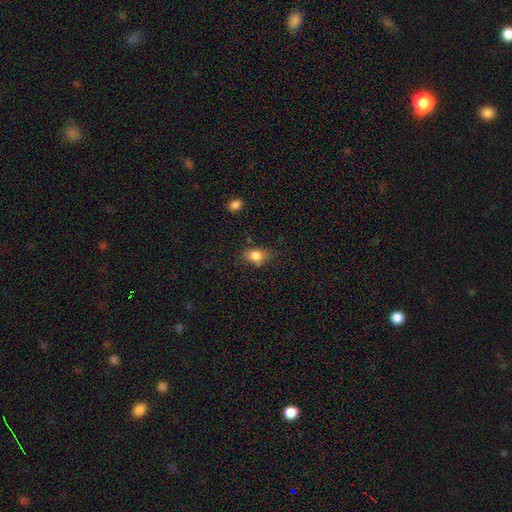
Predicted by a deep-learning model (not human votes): Morphology: type=smooth (82%); roundness=in between (76%); merging=none (73%).